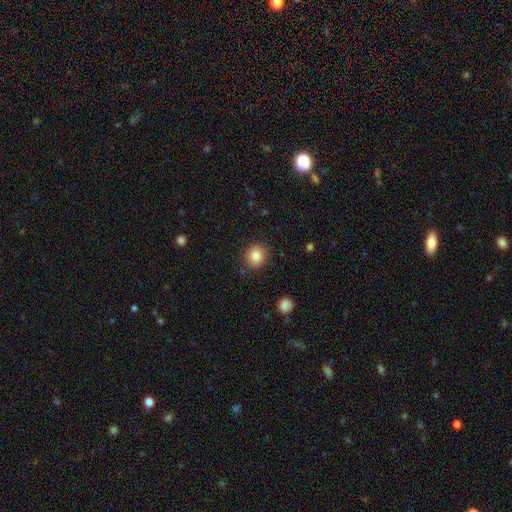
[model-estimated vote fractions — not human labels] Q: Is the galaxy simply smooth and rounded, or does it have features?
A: smooth — 83%.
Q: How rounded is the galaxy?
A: round — 83%.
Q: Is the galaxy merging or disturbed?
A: none — 88%.